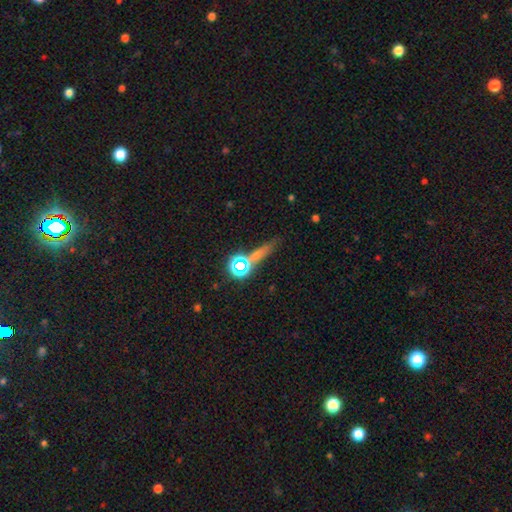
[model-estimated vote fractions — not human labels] Smooth or featured?
  - smooth: 43% *
  - star or artifact: 35%
  - featured or disk: 23%
Merging?
  - none: 61% *
  - merger: 17%
  - minor disturbance: 13%
  - major disturbance: 10%